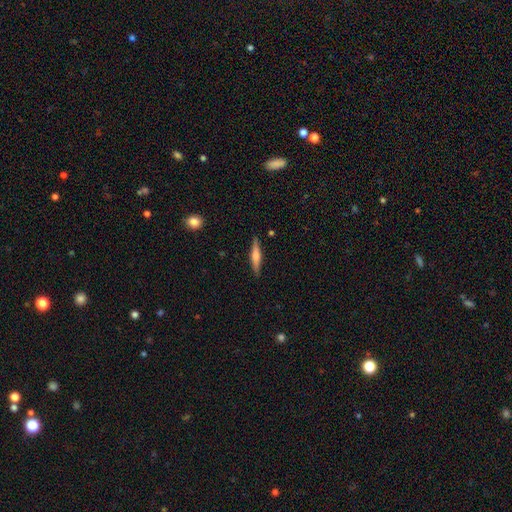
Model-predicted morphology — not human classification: A featured or disk galaxy (56%) viewed edge-on (97%) with a rounded central bulge (80%). Merging: none (89%).